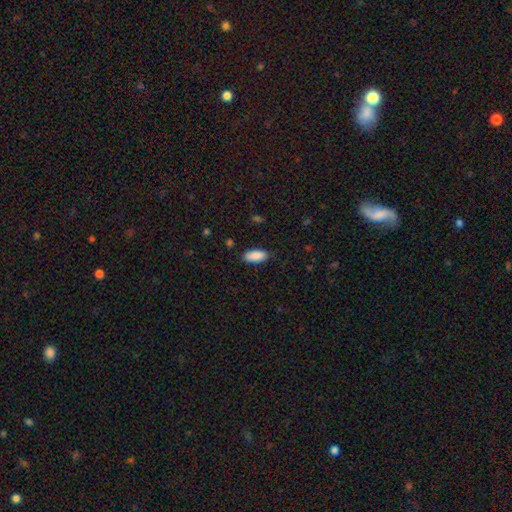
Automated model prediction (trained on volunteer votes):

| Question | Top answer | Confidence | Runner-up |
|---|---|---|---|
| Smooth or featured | smooth | 90% | star or artifact (6%) |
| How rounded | in between | 87% | cigar-shaped (11%) |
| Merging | none | 86% | minor disturbance (11%) |